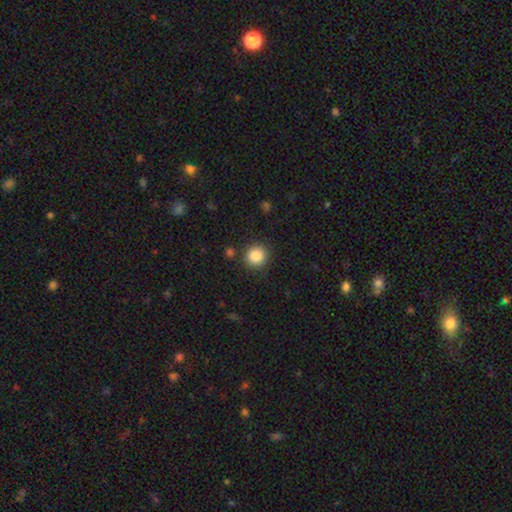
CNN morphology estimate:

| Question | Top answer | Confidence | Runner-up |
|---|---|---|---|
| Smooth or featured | smooth | 86% | star or artifact (10%) |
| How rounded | round | 92% | in between (7%) |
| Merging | none | 88% | minor disturbance (7%) |